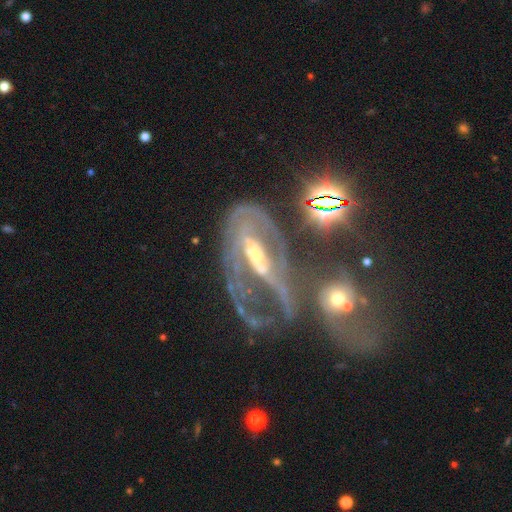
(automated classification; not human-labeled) Smooth or featured?
  - featured or disk: 83% *
  - star or artifact: 10%
  - smooth: 7%
Edge-on disk?
  - no: 94% *
  - yes: 6%
Bar?
  - strong: 47% *
  - weak: 33%
  - no: 21%
Spiral arms?
  - yes: 85% *
  - no: 15%
Spiral winding?
  - medium: 43% *
  - tight: 35%
  - loose: 23%
Spiral arm count?
  - 2: 48% *
  - can't tell: 22%
  - 1: 11%
  - 3: 10%
  - 4: 4%
  - more than 4: 4%
Bulge size?
  - moderate: 48% *
  - small: 38%
  - large: 6%
  - none: 5%
  - dominant: 2%
Merging?
  - major disturbance: 36% *
  - none: 31%
  - minor disturbance: 17%
  - merger: 16%